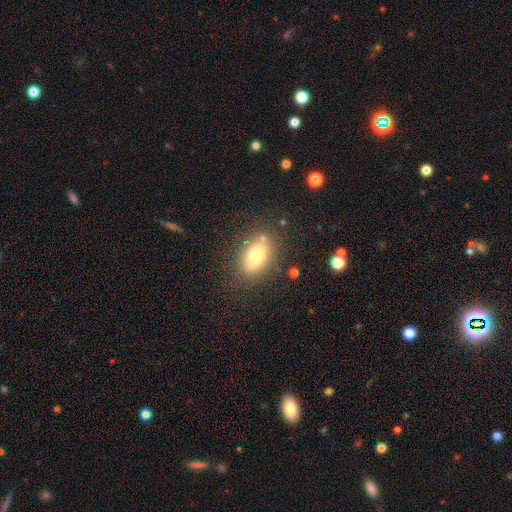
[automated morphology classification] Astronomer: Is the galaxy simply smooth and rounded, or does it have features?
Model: smooth — 77%.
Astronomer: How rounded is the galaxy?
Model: in between — 86%.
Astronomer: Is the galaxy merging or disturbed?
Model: none — 81%.